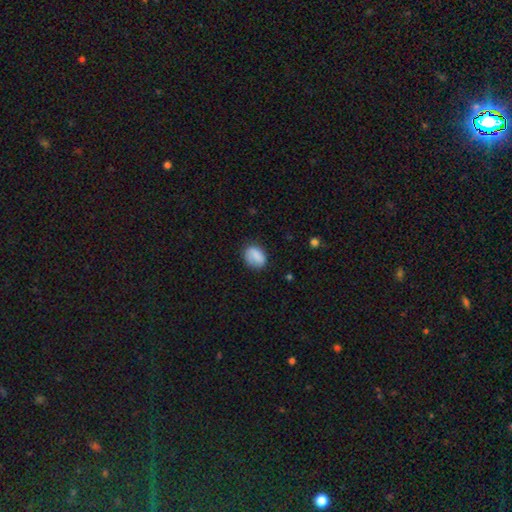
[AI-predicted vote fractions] A smooth galaxy with no disk features (80%) that is in between round and cigar-shaped (63%). Merging: none (68%).